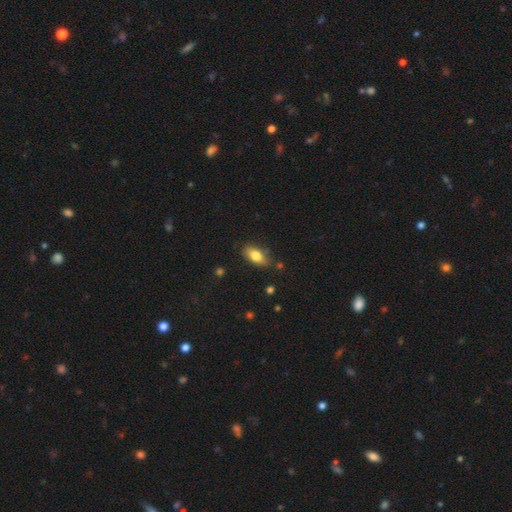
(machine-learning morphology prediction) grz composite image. It shows a smooth galaxy with no disk features (77%) that is in between round and cigar-shaped (85%). Merging: none (77%).